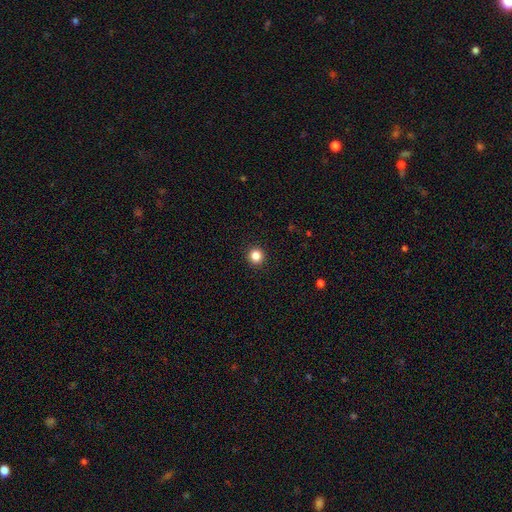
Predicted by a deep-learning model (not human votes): A smooth galaxy with no disk features (85%) that is round (95%). Merging: none (93%).